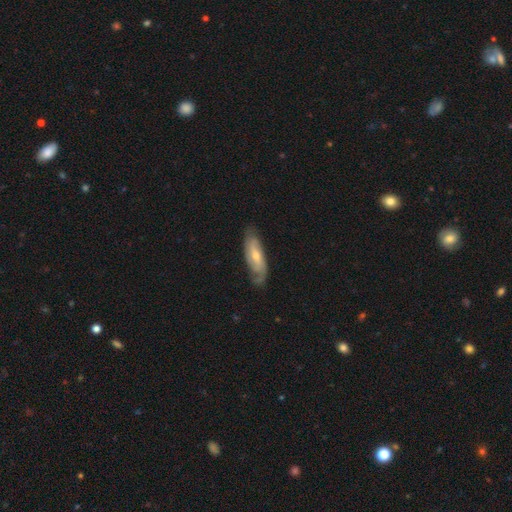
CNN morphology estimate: The model was most divided on "bulge size": moderate: 50%, small: 46%, large: 2%, none: 2%, dominant: 1%. More confident: spiral arms — yes (85%); edge-on disk — no (80%); merging — none (68%); smooth or featured — featured or disk (63%); bar — no (53%).